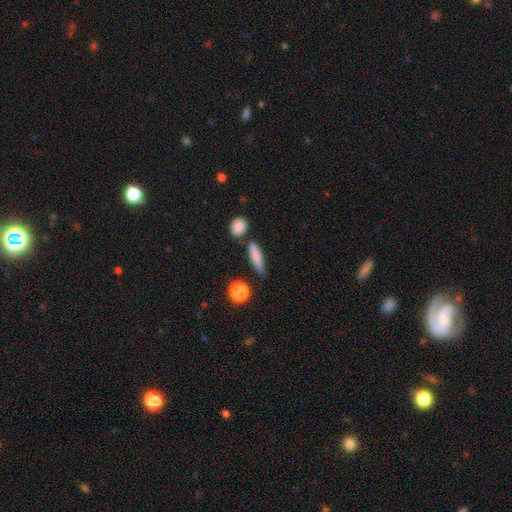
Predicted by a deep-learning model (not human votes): This appears to be a smooth galaxy with no disk features (79%) that is cigar-shaped (75%). Merging: none (73%).